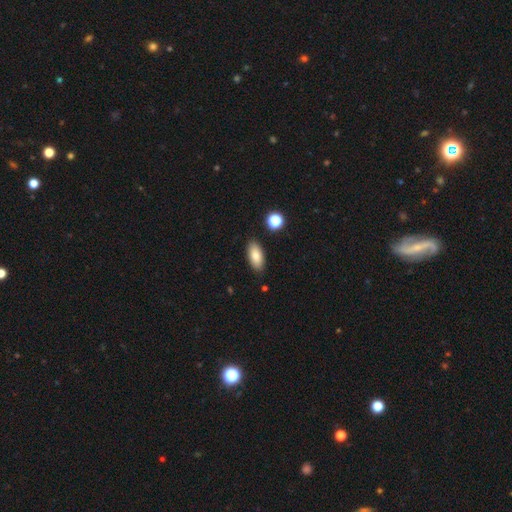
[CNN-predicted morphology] Q: Smooth or featured?
A: smooth (80%); runner-up: featured or disk (12%)
Q: How rounded?
A: in between (87%); runner-up: cigar-shaped (9%)
Q: Merging?
A: none (87%); runner-up: minor disturbance (9%)